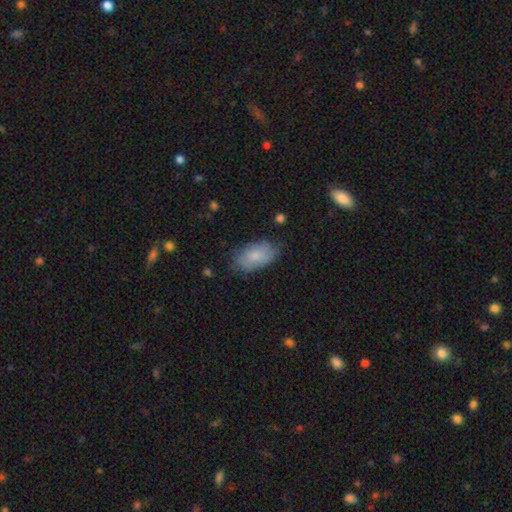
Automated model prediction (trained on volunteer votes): This is likely a smooth galaxy (78%). How rounded: clearly in between (93%). Merging: likely none (70%).